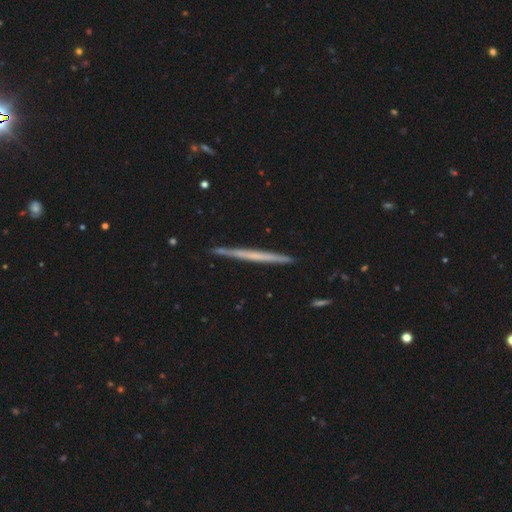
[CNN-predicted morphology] A featured or disk galaxy (57%) viewed edge-on (98%) with no central bulge (89%).

Vote fractions:
- Smooth or featured? featured or disk: 57% / smooth: 37% / star or artifact: 6%
- Edge-on disk? yes: 98% / no: 2%
- Edge-on bulge? none: 89% / rounded: 8% / boxy: 4%
- Merging? none: 91% / minor disturbance: 7% / major disturbance: 1% / merger: 1%